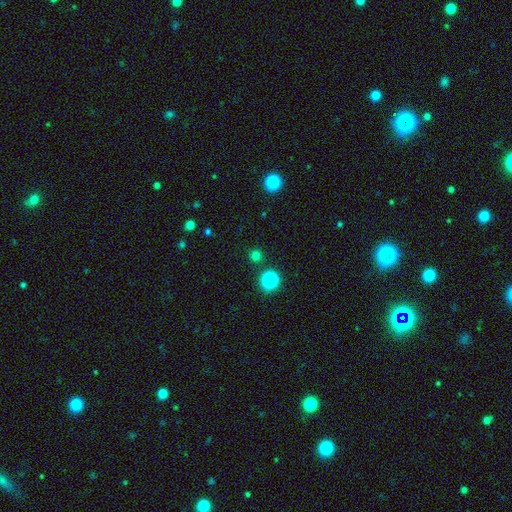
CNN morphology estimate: type=smooth (75%); roundness=round (93%); merging=none (85%).